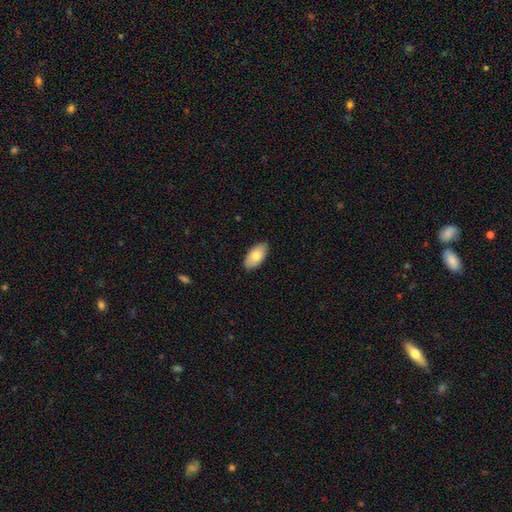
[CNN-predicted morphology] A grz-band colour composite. It shows a smooth galaxy with no disk features (77%) that is in between round and cigar-shaped (95%). Merging: none (86%).